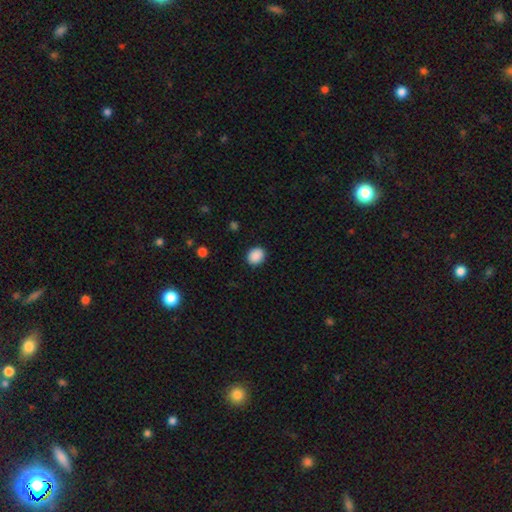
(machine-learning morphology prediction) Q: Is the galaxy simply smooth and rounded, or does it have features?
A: smooth — 89%.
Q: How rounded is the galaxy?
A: round — 60%.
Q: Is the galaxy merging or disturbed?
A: none — 90%.